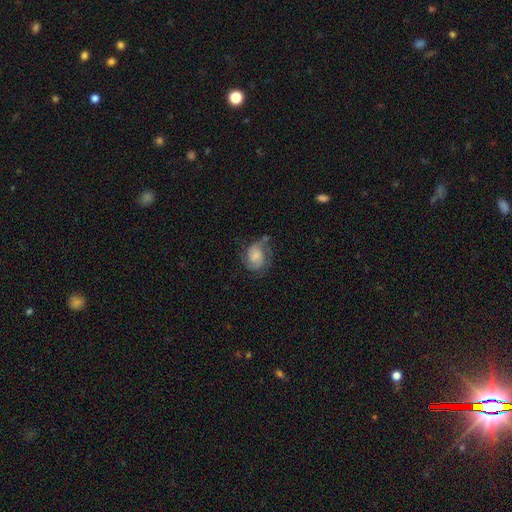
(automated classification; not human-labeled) Smooth or featured?
  - featured or disk: 55% *
  - smooth: 36%
  - star or artifact: 9%
Edge-on disk?
  - no: 98% *
  - yes: 2%
Bar?
  - no: 69% *
  - weak: 26%
  - strong: 5%
Spiral arms?
  - yes: 88% *
  - no: 12%
Bulge size?
  - small: 31% *
  - moderate: 24%
  - none: 23%
  - large: 17%
  - dominant: 5%
Merging?
  - none: 55% *
  - minor disturbance: 26%
  - major disturbance: 16%
  - merger: 3%